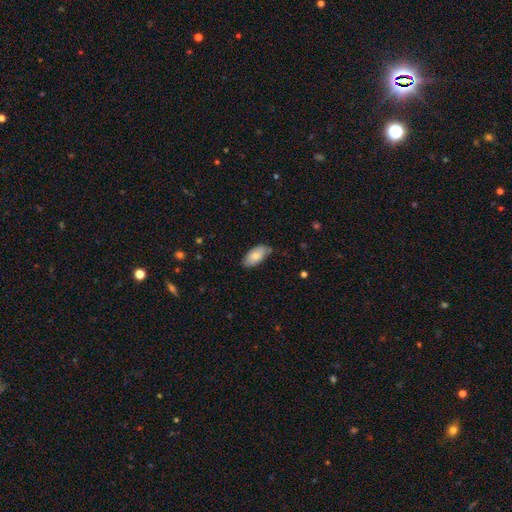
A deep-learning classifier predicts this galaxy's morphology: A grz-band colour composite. It shows a smooth galaxy with no disk features (79%) that is in between round and cigar-shaped (93%). Merging: none (72%).